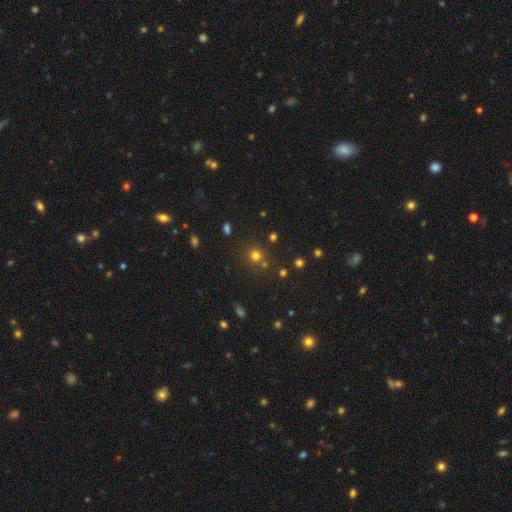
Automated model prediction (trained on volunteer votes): Morphology: type=smooth (69%); roundness=round (91%); merging=none (76%).